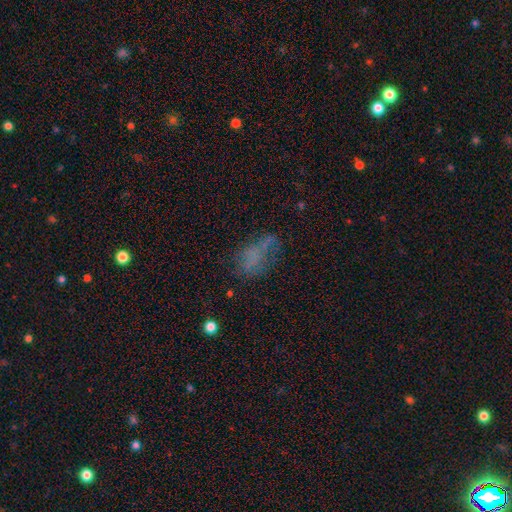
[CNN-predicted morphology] type=smooth (50%); merging=none (41%).